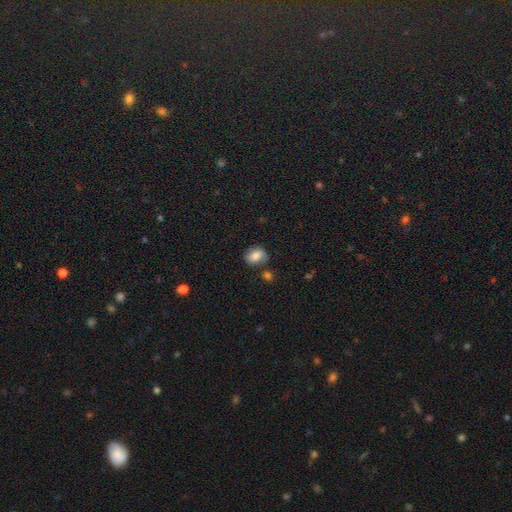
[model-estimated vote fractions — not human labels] Morphology: type=smooth (75%); roundness=in between (60%); merging=none (72%).